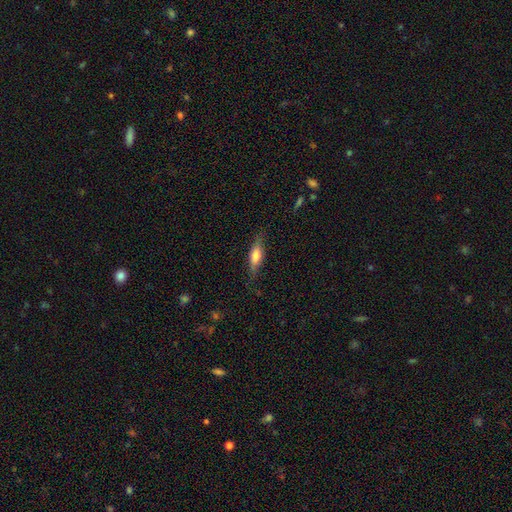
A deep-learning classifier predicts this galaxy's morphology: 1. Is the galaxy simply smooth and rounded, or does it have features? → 59% smooth, 34% featured or disk, 7% star or artifact.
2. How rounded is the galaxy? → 50% cigar-shaped, 47% in between, 3% round.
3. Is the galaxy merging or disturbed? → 79% none, 16% minor disturbance, 4% major disturbance, 1% merger.